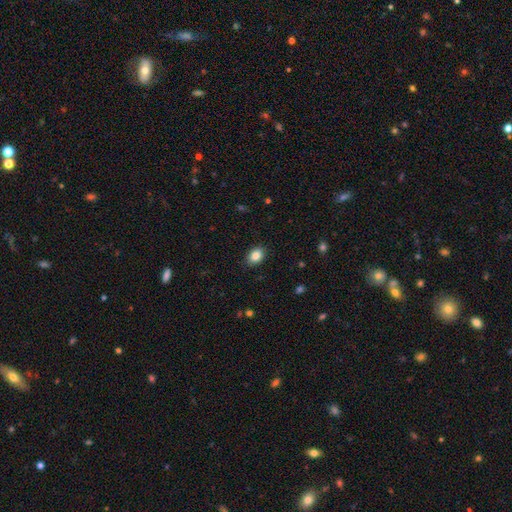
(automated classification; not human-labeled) smooth-or-featured: smooth: 86% | star or artifact: 8% | featured or disk: 6%
  how-rounded: in between: 77% | round: 22% | cigar-shaped: 1%
  merging: none: 87% | minor disturbance: 9% | major disturbance: 2% | merger: 1%